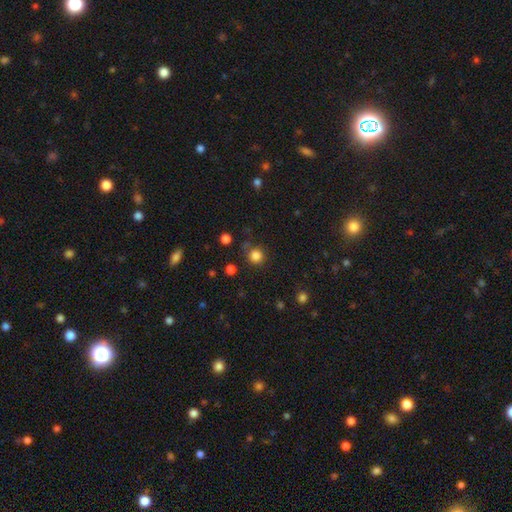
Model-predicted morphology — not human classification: smooth 82%, star or artifact 13%, featured or disk 4%. Down the decision tree: how rounded — round (92%); merging — none (81%).